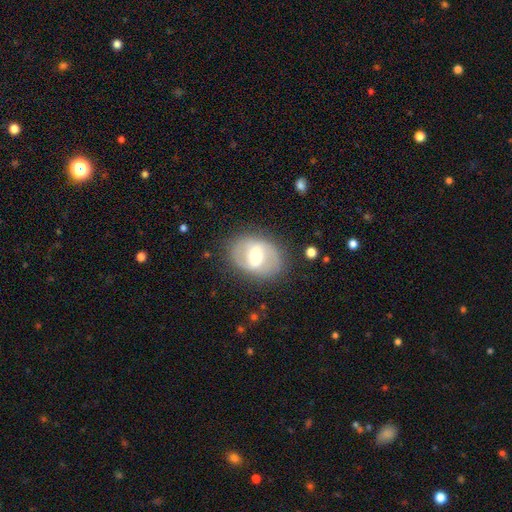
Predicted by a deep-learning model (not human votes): This is likely a featured or disk galaxy (65%). It is clearly not viewed edge-on (95%). Bar: marginally weak (44%). Spiral arm pattern: likely yes (62%). Central bulge: likely moderate (65%). Merging: clearly none (81%).